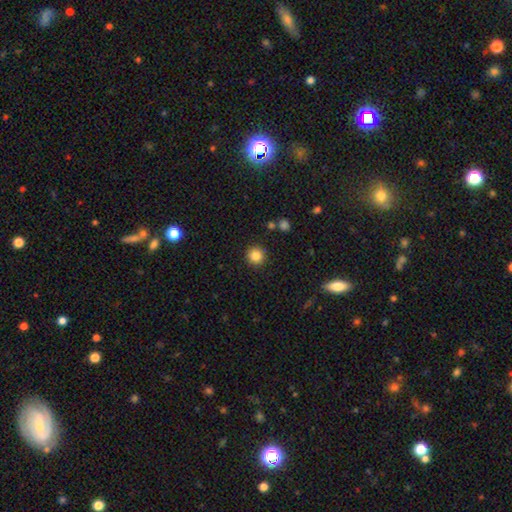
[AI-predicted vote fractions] Smooth or featured? smooth (84%)
How rounded? round (95%)
Merging? none (91%)